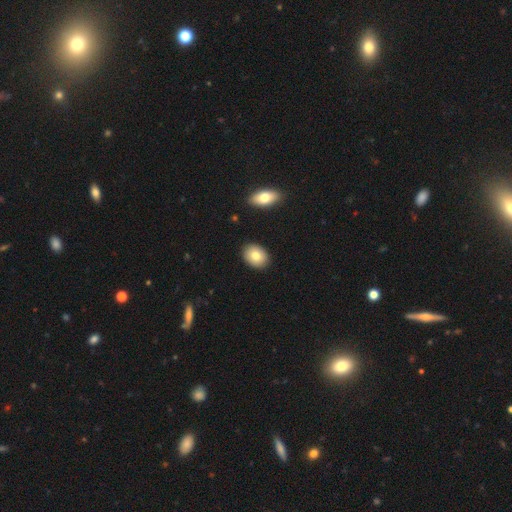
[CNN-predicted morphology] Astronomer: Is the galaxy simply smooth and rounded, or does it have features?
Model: smooth — 80%.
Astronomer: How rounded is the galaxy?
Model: in between — 70%.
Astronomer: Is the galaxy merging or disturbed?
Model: none — 89%.